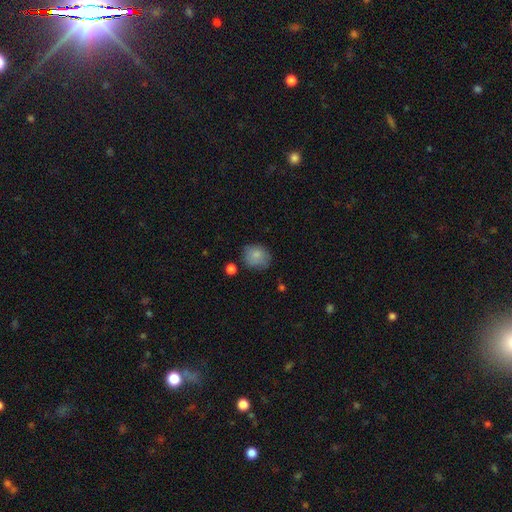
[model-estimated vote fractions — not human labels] Q: Smooth or featured?
A: smooth (82%); runner-up: featured or disk (10%)
Q: How rounded?
A: round (70%); runner-up: in between (29%)
Q: Merging?
A: none (66%); runner-up: minor disturbance (23%)